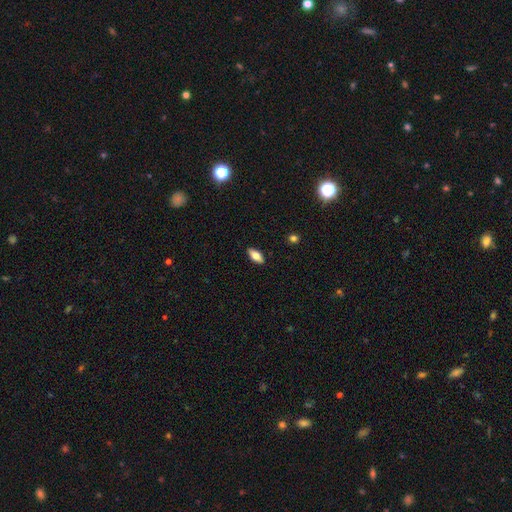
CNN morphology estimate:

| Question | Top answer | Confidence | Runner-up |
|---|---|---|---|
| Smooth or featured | smooth | 69% | featured or disk (24%) |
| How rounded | in between | 85% | cigar-shaped (12%) |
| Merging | none | 89% | minor disturbance (8%) |